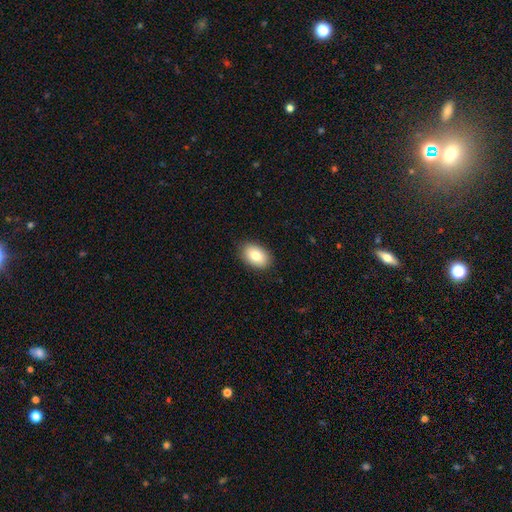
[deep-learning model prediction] Smooth or featured? smooth (82%)
How rounded? in between (90%)
Merging? none (88%)